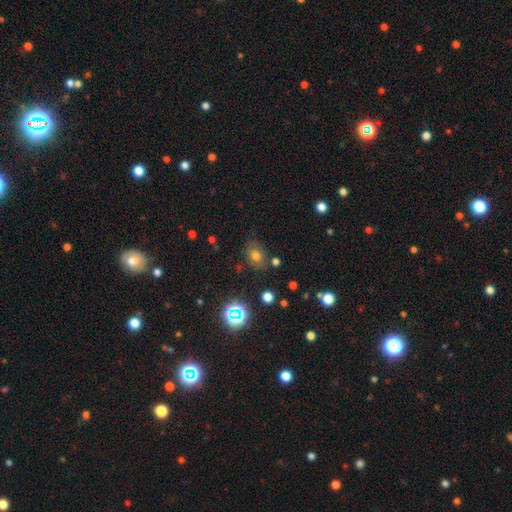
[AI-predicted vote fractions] Smooth or featured: smooth — 68% (star or artifact — 20%)
How rounded: in between — 67% (round — 32%)
Merging: none — 75% (minor disturbance — 15%)